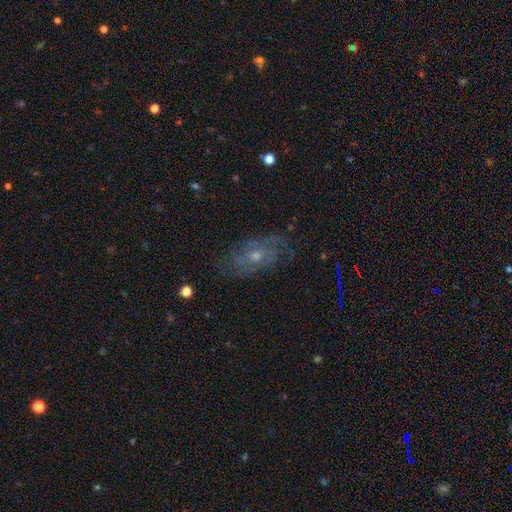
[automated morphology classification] A featured or disk galaxy (74%) with no bar (75%), tight (50%) spiral arms (87%) and a moderate central bulge (52%).

Vote fractions:
- Smooth or featured? featured or disk: 74% / smooth: 16% / star or artifact: 10%
- Edge-on disk? no: 93% / yes: 7%
- Bar? no: 75% / weak: 21% / strong: 4%
- Spiral arms? yes: 87% / no: 13%
- Spiral winding? tight: 50% / medium: 37% / loose: 13%
- Spiral arm count? can't tell: 41% / 2: 31% / 3: 12% / 1: 5% / 4: 5% / more than 4: 4%
- Bulge size? moderate: 52% / small: 42% / large: 3% / none: 2% / dominant: 1%
- Merging? none: 72% / minor disturbance: 19% / major disturbance: 8% / merger: 1%